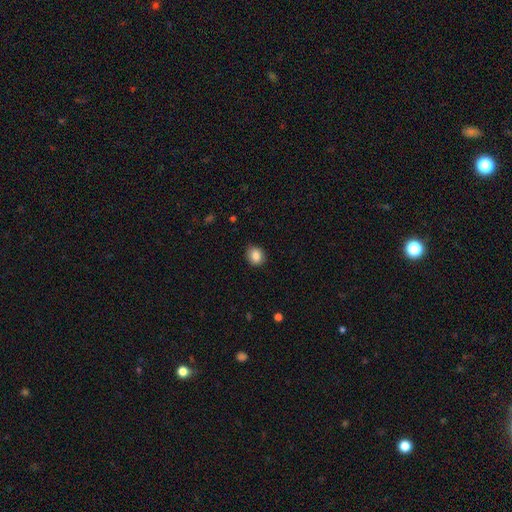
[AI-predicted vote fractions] This appears to be a smooth galaxy with no disk features (85%) that is round (63%). Merging: none (87%).